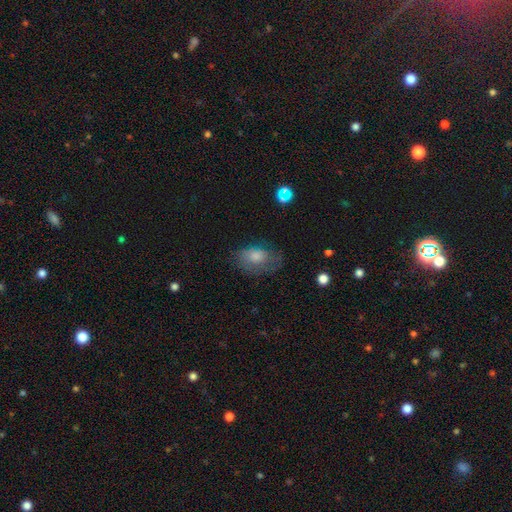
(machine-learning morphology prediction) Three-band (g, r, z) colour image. It shows a smooth galaxy with no disk features (59%) that is in between round and cigar-shaped (84%). Merging: none (62%).